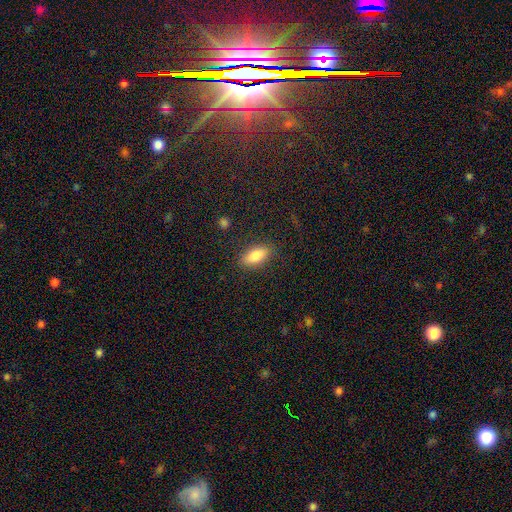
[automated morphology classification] Smooth or featured?
  - smooth: 82% *
  - featured or disk: 10%
  - star or artifact: 8%
How rounded?
  - in between: 85% *
  - cigar-shaped: 12%
  - round: 3%
Merging?
  - none: 84% *
  - minor disturbance: 11%
  - major disturbance: 3%
  - merger: 1%